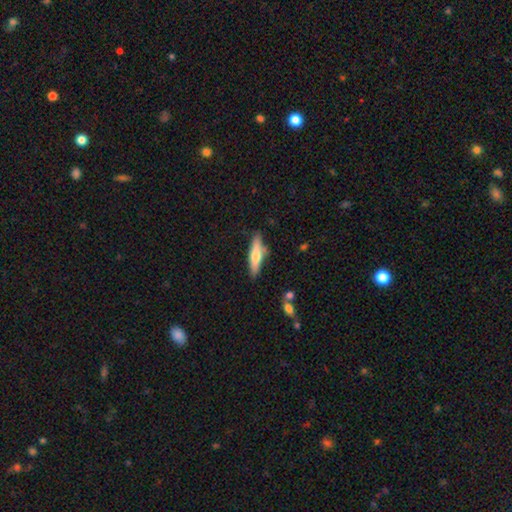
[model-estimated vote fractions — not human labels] The model was most divided on "smooth or featured": smooth: 54%, featured or disk: 40%, star or artifact: 6%. More confident: merging — none (77%); how rounded — cigar-shaped (72%).